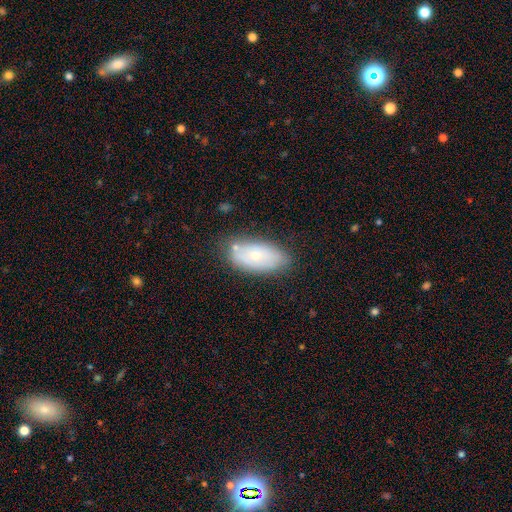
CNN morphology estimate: Smooth or featured?
  - smooth: 54% *
  - featured or disk: 39%
  - star or artifact: 8%
How rounded?
  - in between: 90% *
  - round: 5%
  - cigar-shaped: 5%
Merging?
  - none: 71% *
  - minor disturbance: 19%
  - merger: 6%
  - major disturbance: 5%